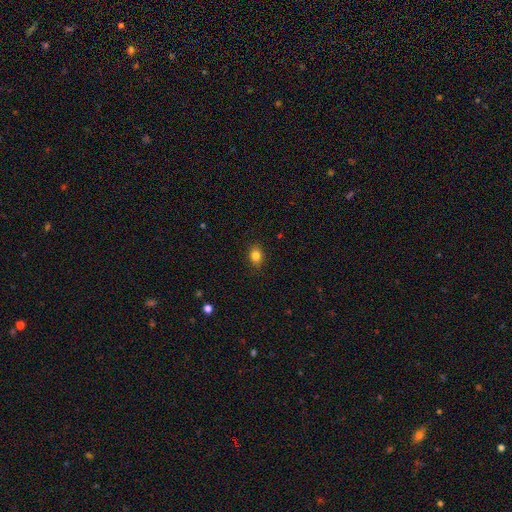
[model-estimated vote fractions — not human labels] This is clearly a smooth galaxy (83%). How rounded: possibly in between (53%). Merging: clearly none (87%).